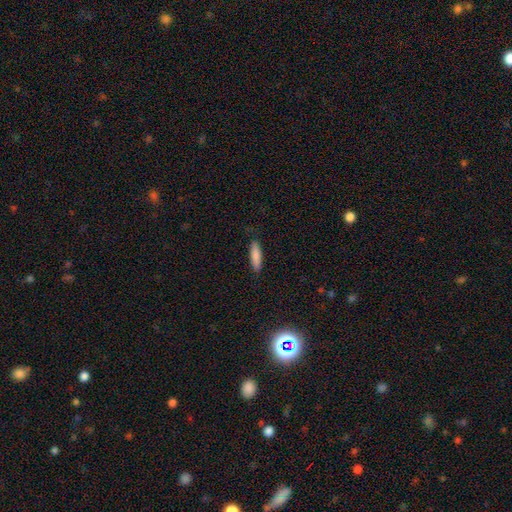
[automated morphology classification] Smooth or featured: smooth — 83% (featured or disk — 10%)
How rounded: cigar-shaped — 67% (in between — 31%)
Merging: none — 86% (minor disturbance — 11%)